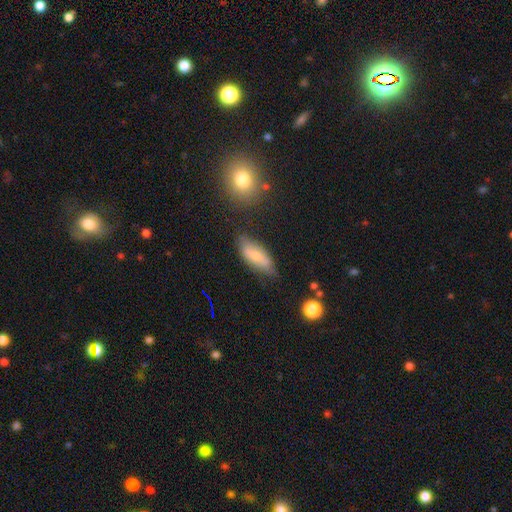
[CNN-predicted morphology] type=smooth (64%); roundness=in between (71%); merging=none (70%).